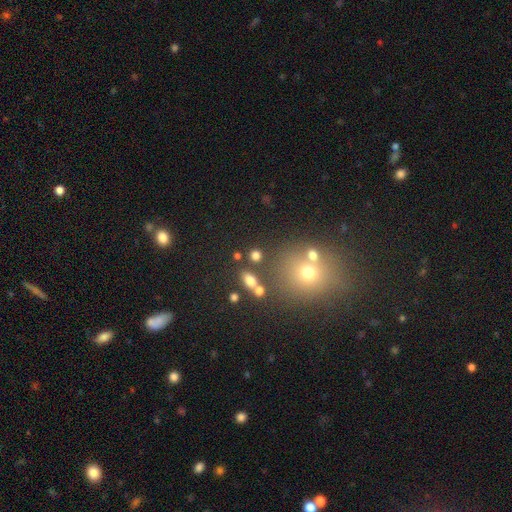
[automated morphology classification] A smooth galaxy with no disk features (72%) that is in between round and cigar-shaped (54%). Merging: none (69%).